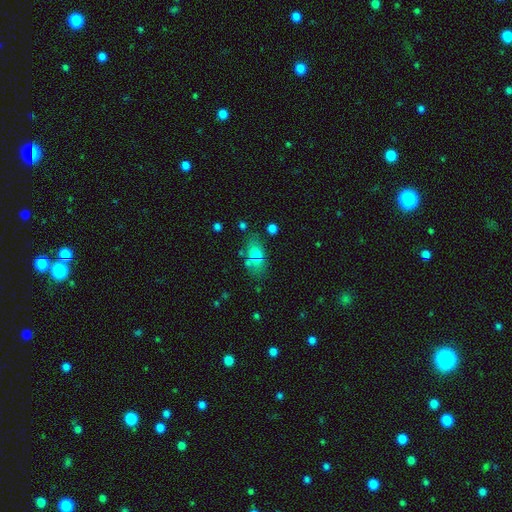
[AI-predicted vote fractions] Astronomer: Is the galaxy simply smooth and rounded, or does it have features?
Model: smooth — 68%.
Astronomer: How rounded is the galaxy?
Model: in between — 81%.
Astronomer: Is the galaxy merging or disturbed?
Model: none — 64%.